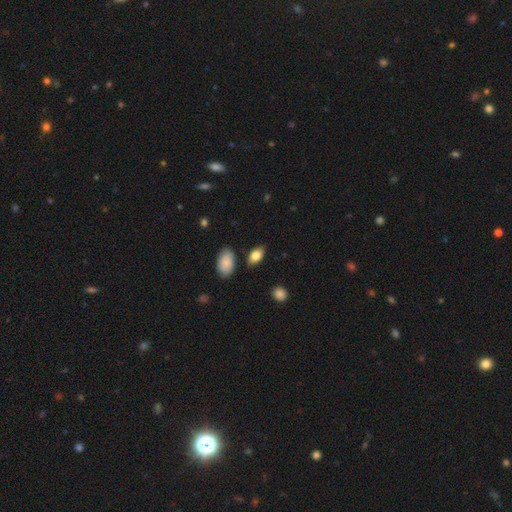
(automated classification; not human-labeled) Smooth or featured? smooth (81%)
How rounded? in between (91%)
Merging? none (82%)